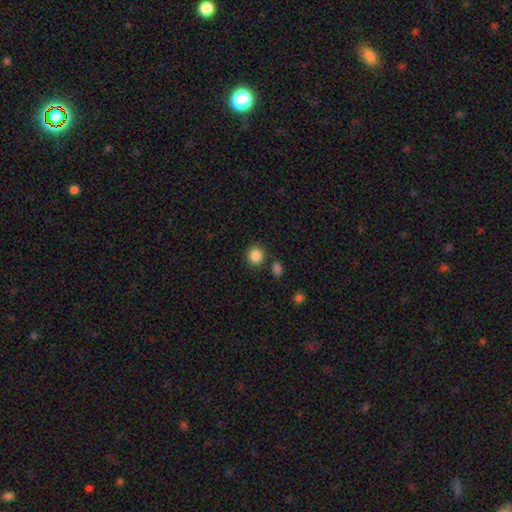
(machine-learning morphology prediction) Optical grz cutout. It shows a smooth galaxy with no disk features (86%) that is round (89%). Merging: none (84%).